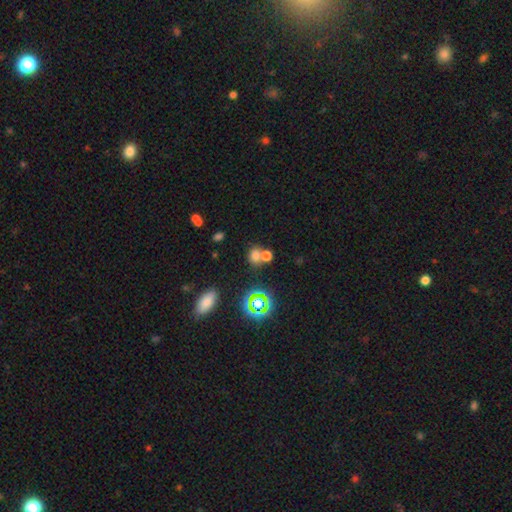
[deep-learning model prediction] smooth 65%, star or artifact 25%, featured or disk 10%. Down the decision tree: how rounded — round (59%); merging — none (46%).